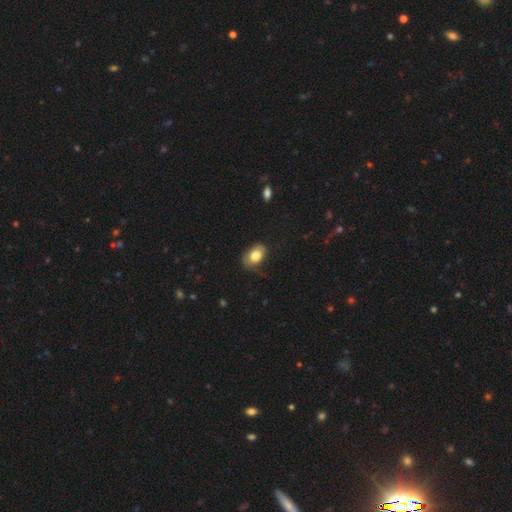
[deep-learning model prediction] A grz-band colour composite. It shows a smooth galaxy with no disk features (80%) that is in between round and cigar-shaped (87%). Merging: none (70%).